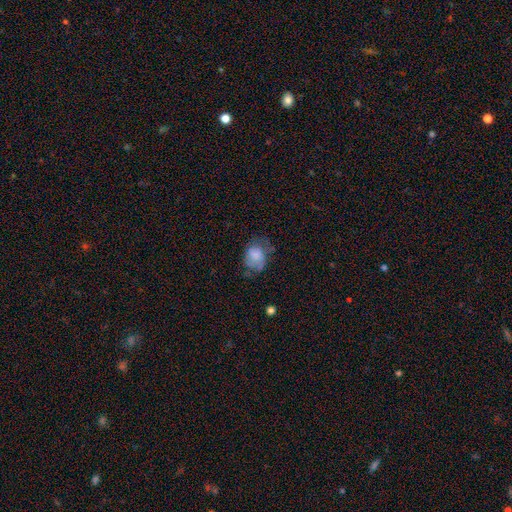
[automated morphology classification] This is likely a smooth galaxy (67%). How rounded: possibly in between (57%). Merging: marginally none (42%).